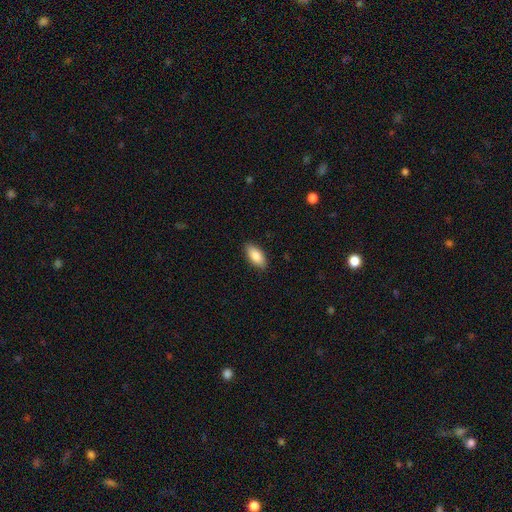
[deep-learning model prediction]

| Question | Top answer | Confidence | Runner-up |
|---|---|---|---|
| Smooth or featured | smooth | 85% | featured or disk (9%) |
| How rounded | in between | 86% | cigar-shaped (12%) |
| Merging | none | 88% | minor disturbance (9%) |